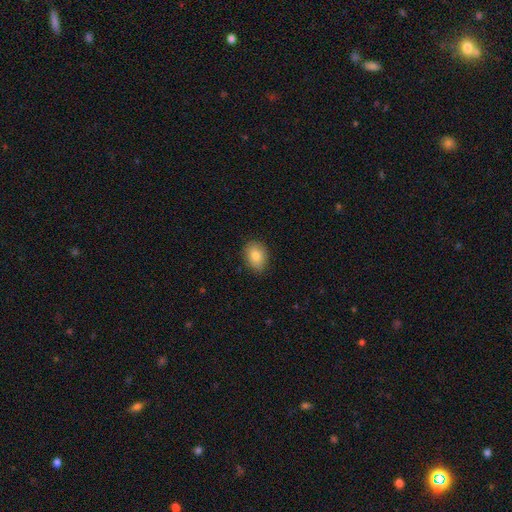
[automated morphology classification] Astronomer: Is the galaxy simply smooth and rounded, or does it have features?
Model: smooth — 83%.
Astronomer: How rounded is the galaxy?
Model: in between — 72%.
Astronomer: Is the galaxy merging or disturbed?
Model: none — 85%.